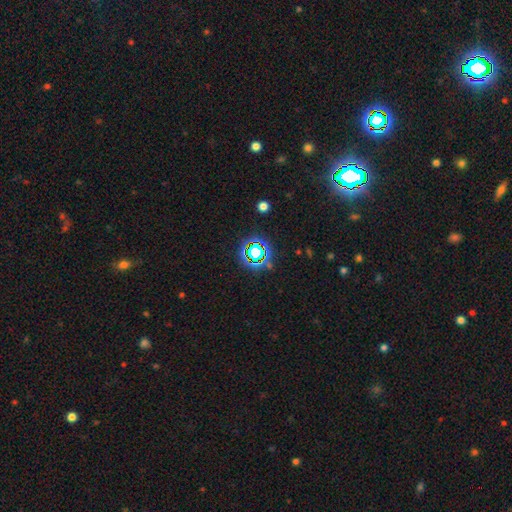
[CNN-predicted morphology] A star or artifact, not a galaxy (67%).

Vote fractions:
- Smooth or featured? star or artifact: 67% / smooth: 22% / featured or disk: 11%